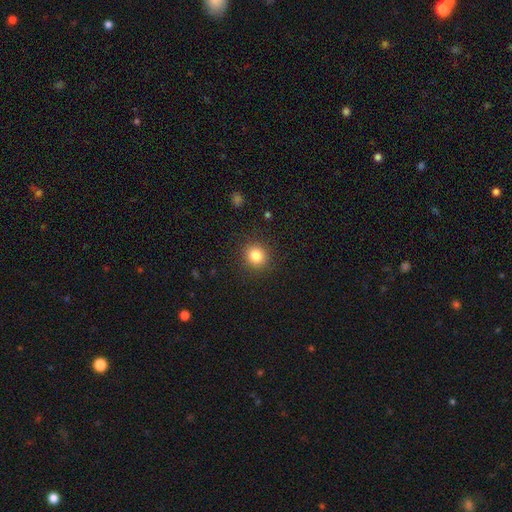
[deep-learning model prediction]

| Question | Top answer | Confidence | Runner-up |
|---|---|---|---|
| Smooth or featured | smooth | 83% | star or artifact (11%) |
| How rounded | round | 88% | in between (11%) |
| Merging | none | 90% | minor disturbance (7%) |